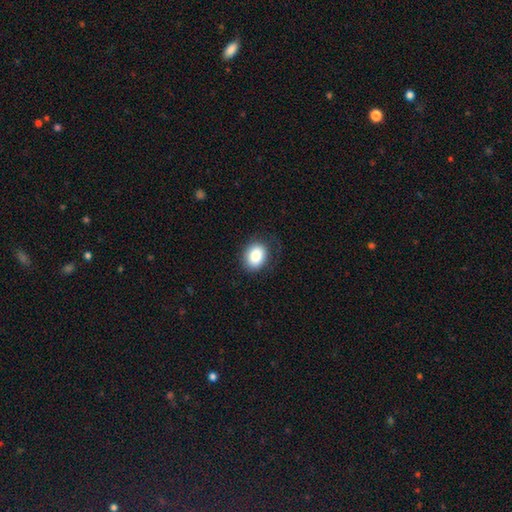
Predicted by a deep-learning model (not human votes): smooth_or_featured: smooth (p=0.84) [alt: star or artifact p=0.08]
how_rounded: in between (p=0.55) [alt: round p=0.45]
merging: none (p=0.79) [alt: minor disturbance p=0.15]